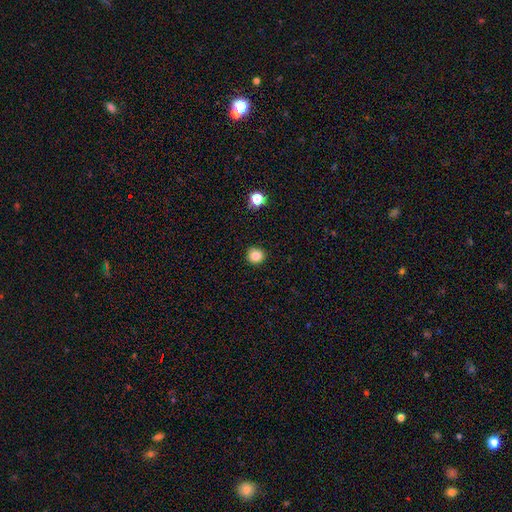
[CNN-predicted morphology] smooth-or-featured: smooth: 84% | star or artifact: 12% | featured or disk: 5%
  how-rounded: round: 93% | in between: 6% | cigar-shaped: 1%
  merging: none: 91% | minor disturbance: 6% | major disturbance: 2% | merger: 1%